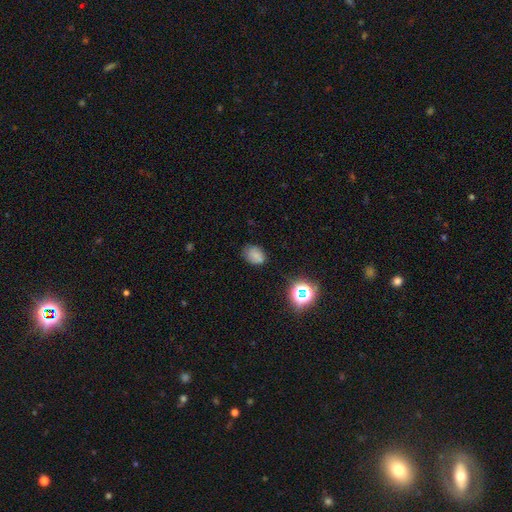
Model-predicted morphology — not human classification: type=smooth (68%); roundness=in between (66%); merging=none (66%).